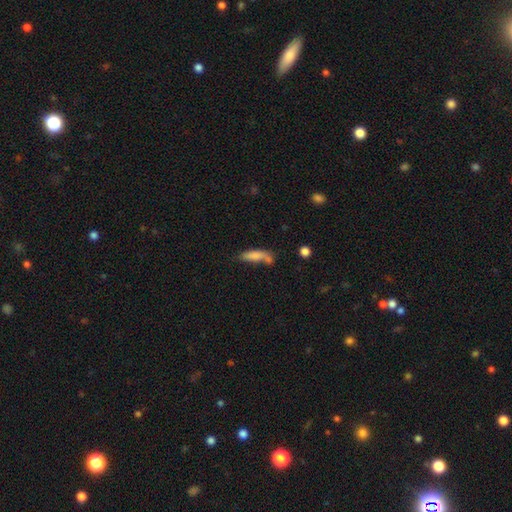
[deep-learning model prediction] Smooth or featured: smooth — 77% (featured or disk — 15%)
How rounded: cigar-shaped — 57% (in between — 40%)
Merging: none — 46% (merger — 22%)